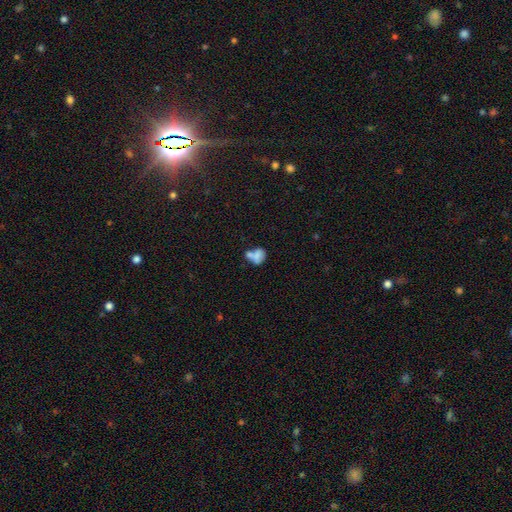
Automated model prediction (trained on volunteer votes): A smooth galaxy with no disk features (66%) that is in between round and cigar-shaped (63%).

Vote fractions:
- Smooth or featured? smooth: 66% / featured or disk: 23% / star or artifact: 11%
- How rounded? in between: 63% / round: 35% / cigar-shaped: 2%
- Merging? merger: 51% / none: 23% / minor disturbance: 15% / major disturbance: 11%